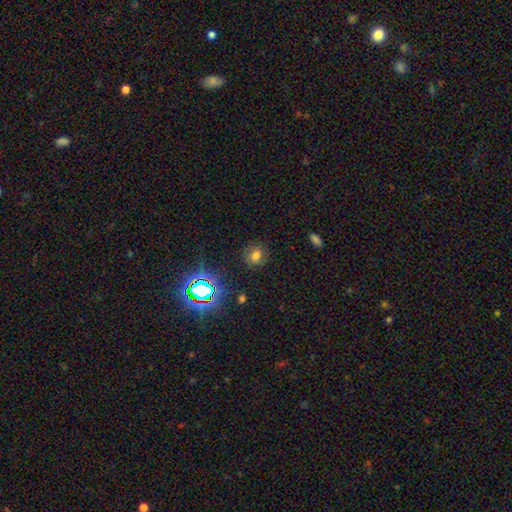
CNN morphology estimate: Smooth or featured: smooth — 64% (star or artifact — 25%)
How rounded: round — 70% (in between — 29%)
Merging: none — 84% (minor disturbance — 10%)